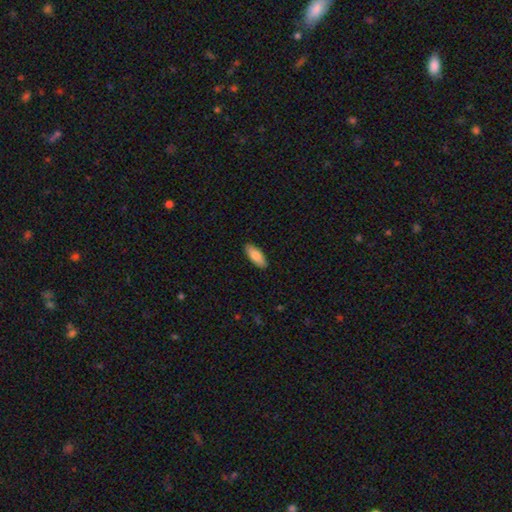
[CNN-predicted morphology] A smooth galaxy with no disk features (83%) that is in between round and cigar-shaped (77%). Merging: none (89%).